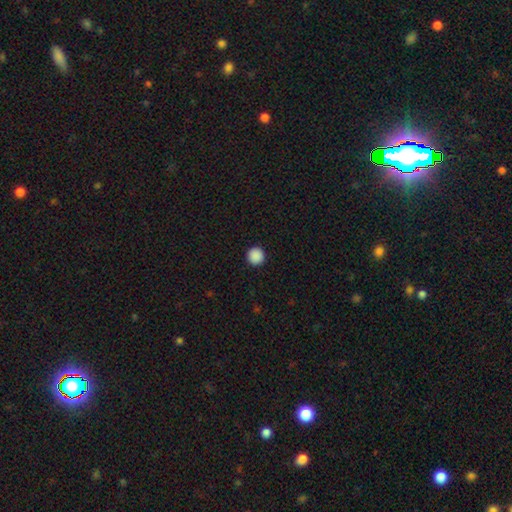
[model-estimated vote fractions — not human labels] Morphology: type=smooth (89%); roundness=round (96%); merging=none (94%).